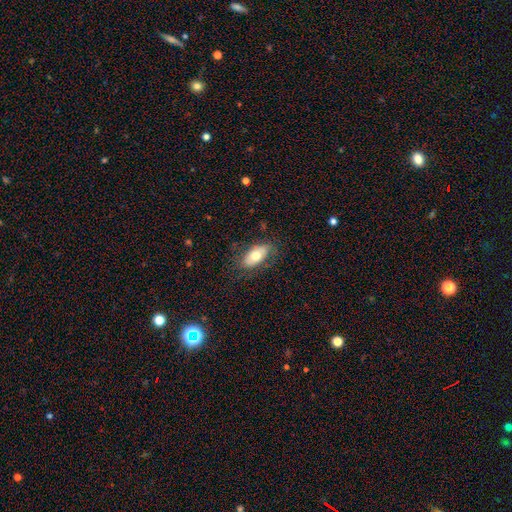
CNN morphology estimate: Smooth or featured? Predicted: smooth (p=0.66). How rounded? Predicted: in between (p=0.91). Merging? Predicted: none (p=0.73).